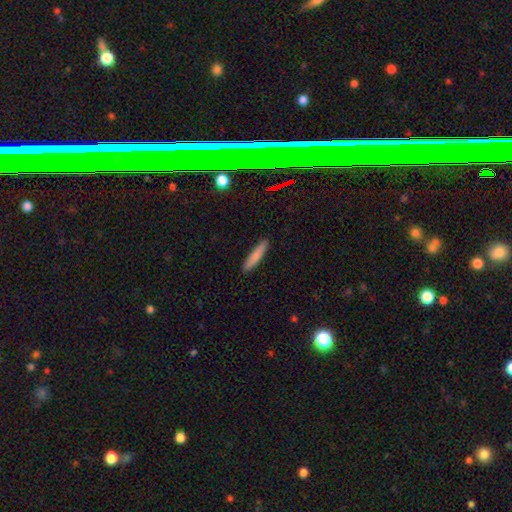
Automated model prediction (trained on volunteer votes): Morphology: type=smooth (80%); roundness=cigar-shaped (88%); merging=none (90%).